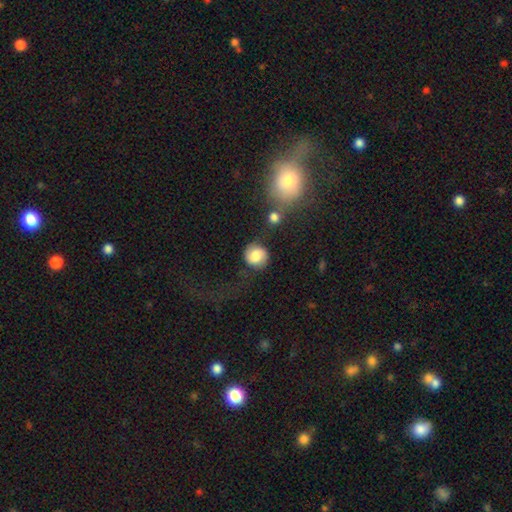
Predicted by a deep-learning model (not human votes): smooth_or_featured: smooth (p=0.61) [alt: featured or disk p=0.30]
how_rounded: round (p=0.85) [alt: in between p=0.14]
merging: none (p=0.64) [alt: minor disturbance p=0.19]